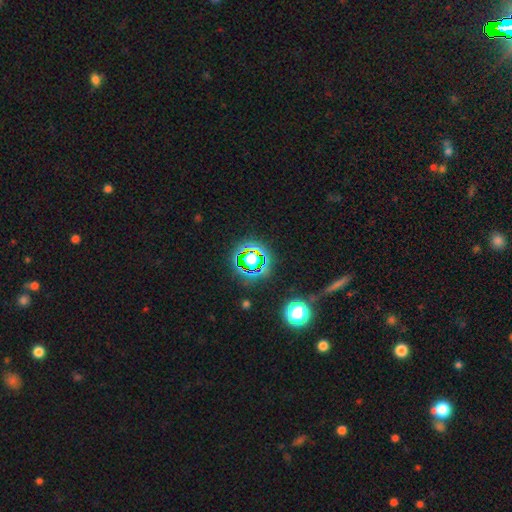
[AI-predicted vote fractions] Smooth or featured?
  - star or artifact: 77% *
  - smooth: 15%
  - featured or disk: 8%